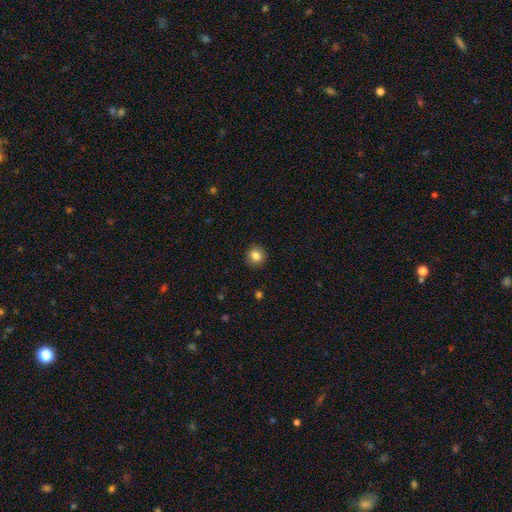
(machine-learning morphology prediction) The model was most divided on "smooth or featured": smooth: 84%, star or artifact: 10%, featured or disk: 6%. More confident: merging — none (91%); how rounded — round (90%).